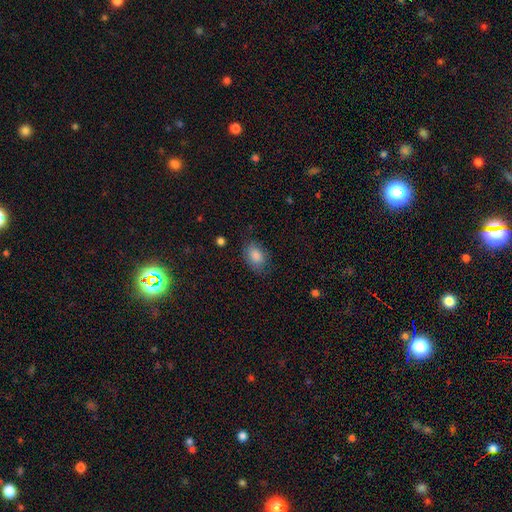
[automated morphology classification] smooth 85%, star or artifact 8%, featured or disk 7%. Down the decision tree: how rounded — in between (85%); merging — none (77%).